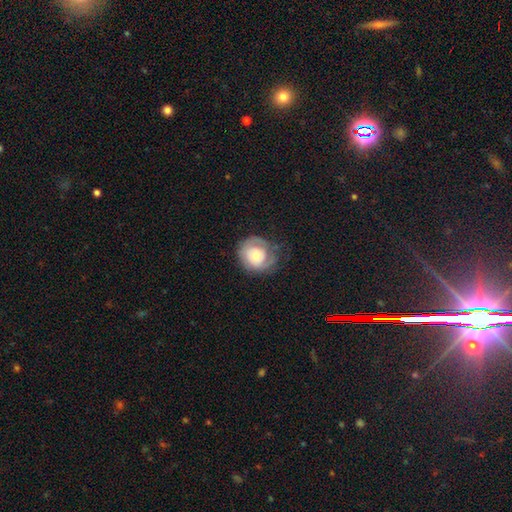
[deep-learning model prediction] smooth-or-featured: featured or disk: 52% | smooth: 41% | star or artifact: 7%
  disk-edge-on: no: 97% | yes: 3%
    bar: no: 79% | weak: 18% | strong: 4%
    has-spiral-arms: yes: 71% | no: 29%
    bulge-size: moderate: 55% | small: 27% | large: 14% | dominant: 2% | none: 2%
  merging: none: 57% | minor disturbance: 26% | major disturbance: 16% | merger: 1%